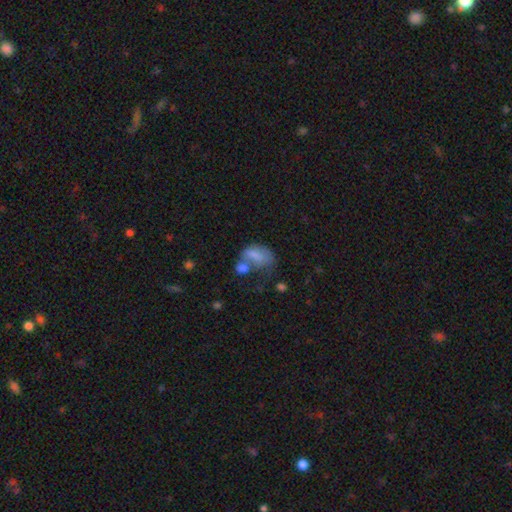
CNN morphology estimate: Overall: smooth (69%). How rounded: in between (84%). Merging: merger (36%; major disturbance 25%).